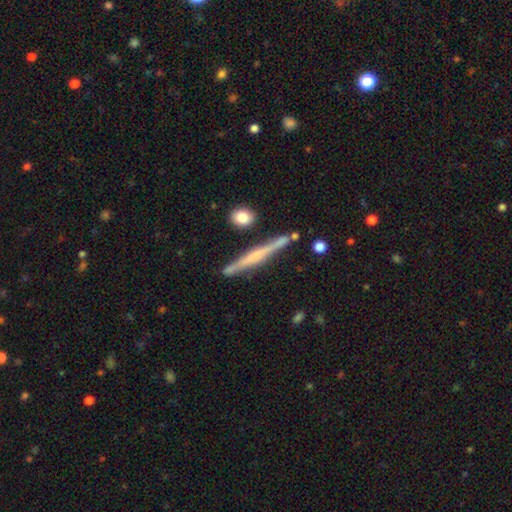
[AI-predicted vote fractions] Smooth or featured? featured or disk (63%)
Edge-on disk? yes (97%)
Edge-on bulge? none (42%)
Merging? none (83%)